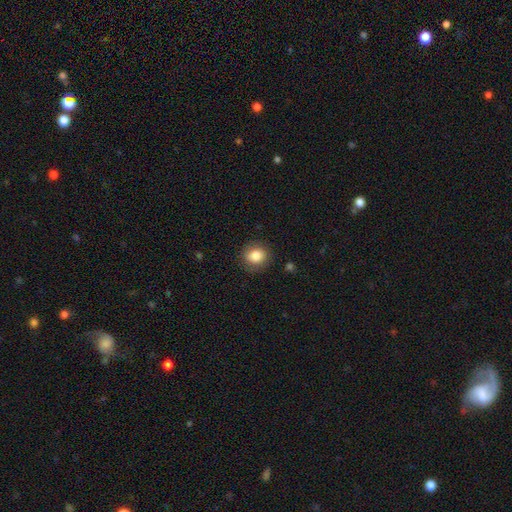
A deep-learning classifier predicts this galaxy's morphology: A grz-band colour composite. It shows a smooth galaxy with no disk features (81%) that is round (74%). Merging: none (84%).